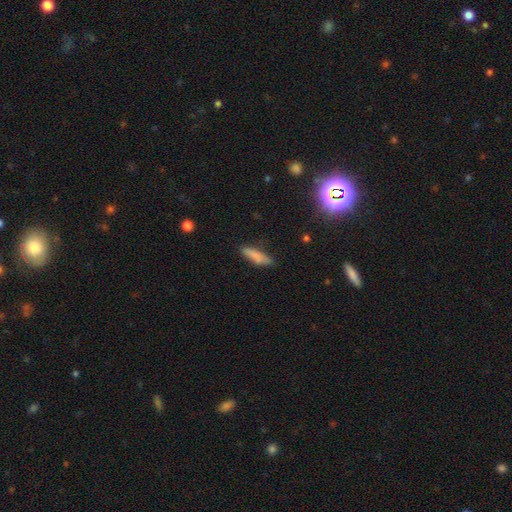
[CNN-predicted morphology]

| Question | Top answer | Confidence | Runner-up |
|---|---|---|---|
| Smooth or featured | smooth | 81% | featured or disk (12%) |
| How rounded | cigar-shaped | 68% | in between (30%) |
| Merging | none | 75% | minor disturbance (19%) |